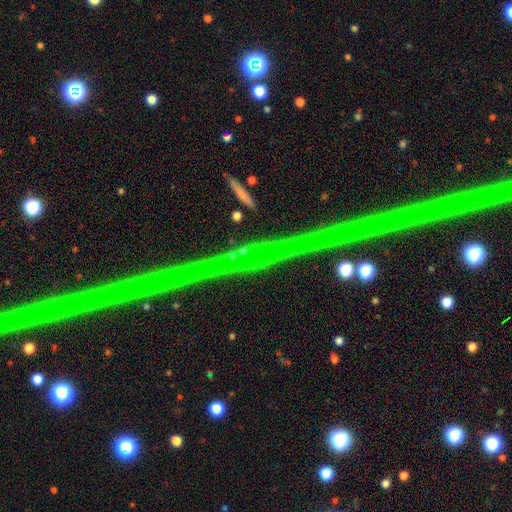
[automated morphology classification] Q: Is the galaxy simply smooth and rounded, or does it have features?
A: star or artifact — 81%.